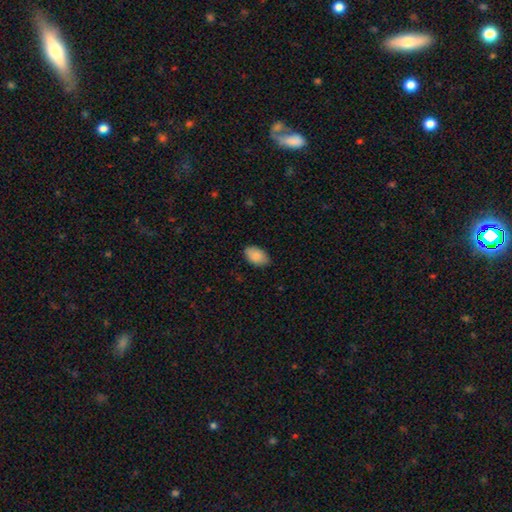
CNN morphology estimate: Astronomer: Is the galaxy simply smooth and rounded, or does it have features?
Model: smooth — 88%.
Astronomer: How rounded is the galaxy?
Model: in between — 91%.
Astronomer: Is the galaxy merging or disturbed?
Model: none — 81%.